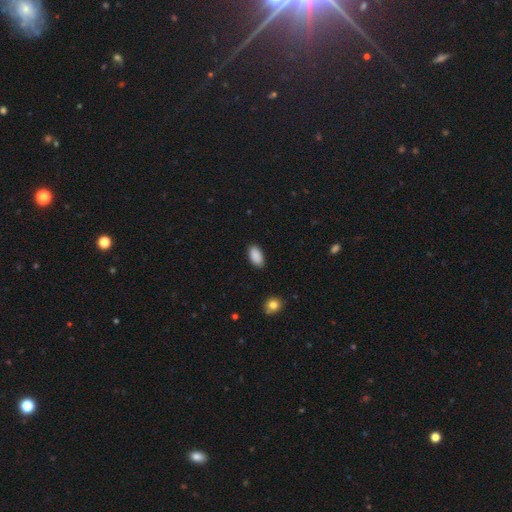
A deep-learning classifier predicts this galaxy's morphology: A smooth galaxy with no disk features (90%) that is in between round and cigar-shaped (94%). Merging: none (87%).